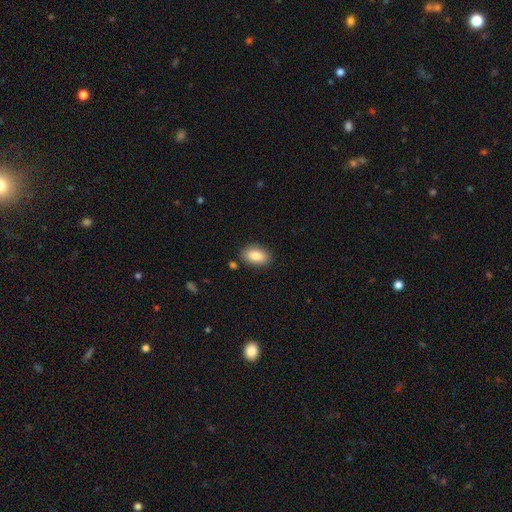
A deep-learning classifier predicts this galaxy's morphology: Overall: smooth (84%). How rounded: in between (91%). Merging: none (85%).